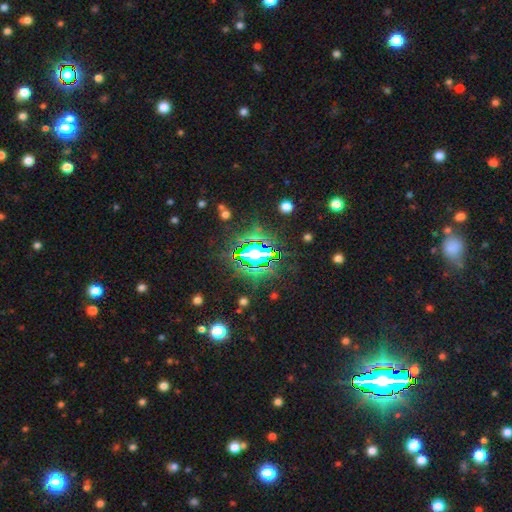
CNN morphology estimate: This appears to be a star or artifact, not a galaxy (71%).